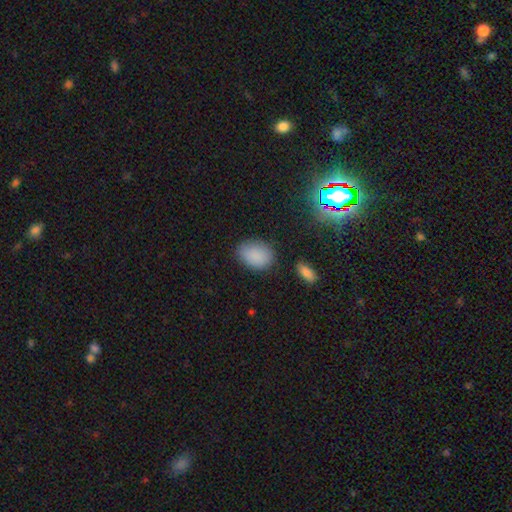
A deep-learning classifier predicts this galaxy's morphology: This appears to be a smooth galaxy with no disk features (86%) that is in between round and cigar-shaped (78%). Merging: none (80%).